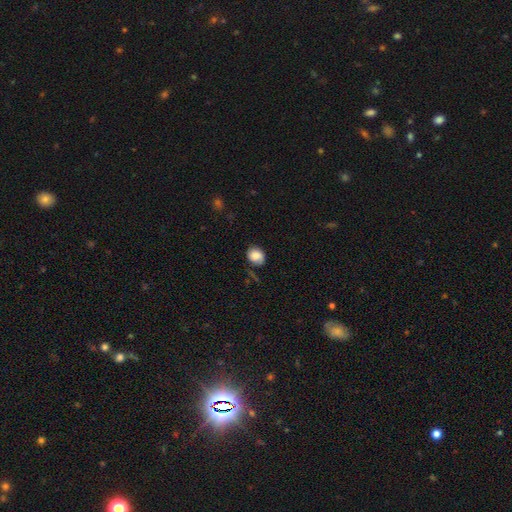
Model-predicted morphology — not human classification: A smooth galaxy with no disk features (81%) that is round (58%).

Vote fractions:
- Smooth or featured? smooth: 81% / featured or disk: 10% / star or artifact: 9%
- How rounded? round: 58% / in between: 41% / cigar-shaped: 1%
- Merging? none: 67% / minor disturbance: 24% / major disturbance: 6% / merger: 3%